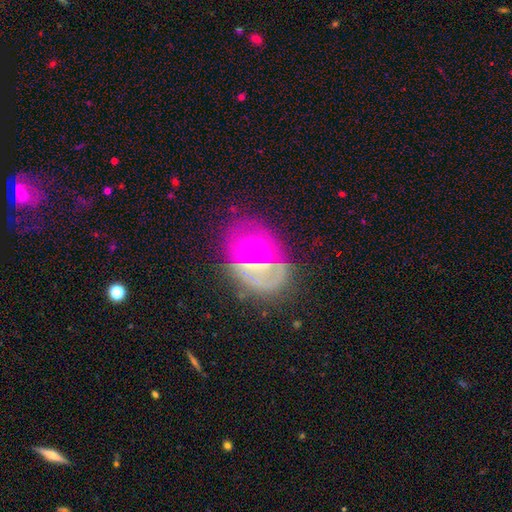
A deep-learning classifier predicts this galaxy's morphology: smooth-or-featured: featured or disk: 62% | smooth: 24% | star or artifact: 15%
  disk-edge-on: no: 94% | yes: 6%
    bar: no: 44% | weak: 36% | strong: 20%
    has-spiral-arms: yes: 55% | no: 45%
    bulge-size: moderate: 46% | small: 45% | large: 4% | none: 3% | dominant: 2%
  merging: none: 68% | minor disturbance: 17% | major disturbance: 10% | merger: 5%